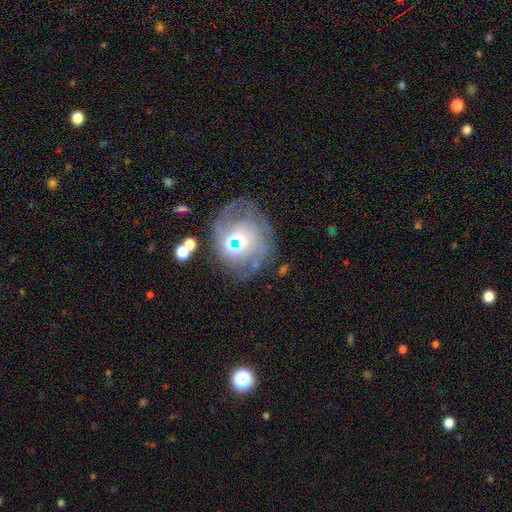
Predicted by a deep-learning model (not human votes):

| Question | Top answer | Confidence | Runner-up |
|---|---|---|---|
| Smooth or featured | featured or disk | 64% | smooth (18%) |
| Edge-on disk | no | 96% | yes (4%) |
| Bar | no | 57% | weak (33%) |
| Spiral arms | yes | 81% | no (19%) |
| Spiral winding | tight | 60% | medium (30%) |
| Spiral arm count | can't tell | 37% | 2 (35%) |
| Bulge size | moderate | 51% | small (27%) |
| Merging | none | 72% | minor disturbance (15%) |